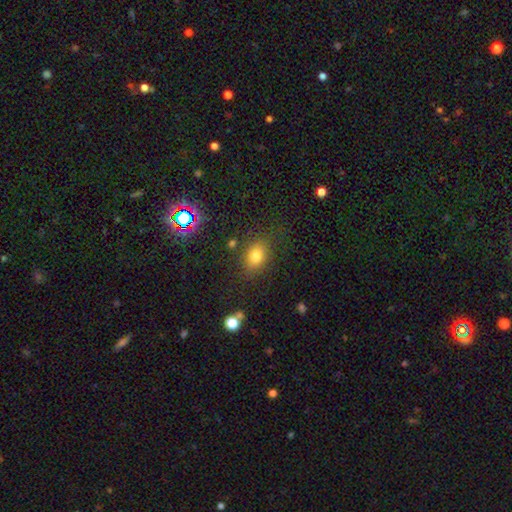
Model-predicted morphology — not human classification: smooth-or-featured: smooth: 77% | star or artifact: 13% | featured or disk: 9%
  how-rounded: in between: 69% | round: 29% | cigar-shaped: 2%
  merging: none: 79% | minor disturbance: 13% | major disturbance: 5% | merger: 3%